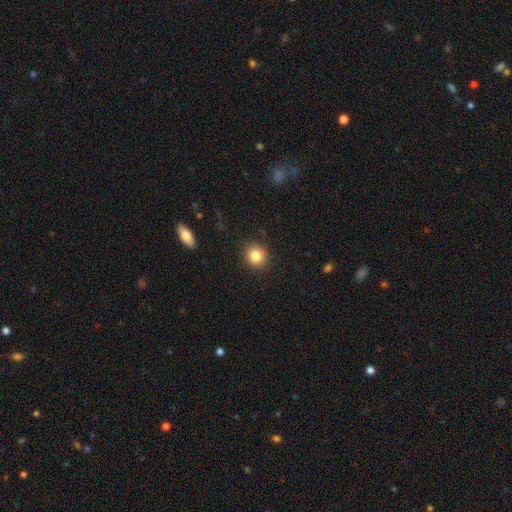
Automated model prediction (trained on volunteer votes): smooth-or-featured: smooth: 84% | star or artifact: 10% | featured or disk: 6%
  how-rounded: round: 88% | in between: 11% | cigar-shaped: 1%
  merging: none: 89% | minor disturbance: 7% | major disturbance: 2% | merger: 1%